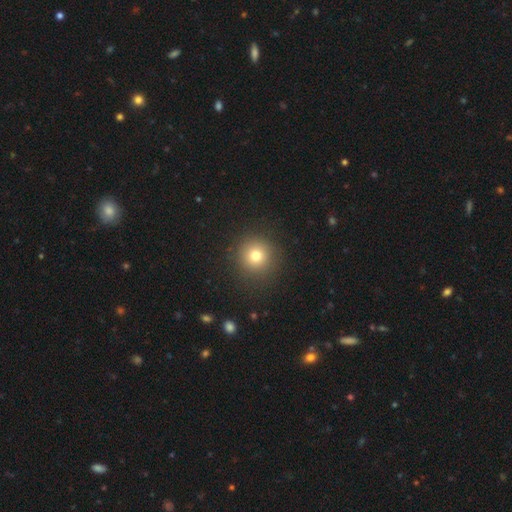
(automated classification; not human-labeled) Smooth or featured: smooth — 76% (star or artifact — 14%)
How rounded: round — 94% (in between — 5%)
Merging: none — 89% (minor disturbance — 6%)